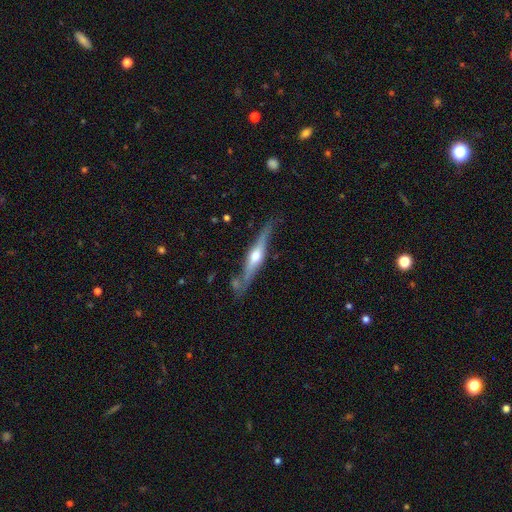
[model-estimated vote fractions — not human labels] Smooth or featured: featured or disk — 70% (smooth — 24%)
Edge-on disk: yes — 94% (no — 6%)
Edge-on bulge: rounded — 90% (boxy — 6%)
Merging: none — 74% (minor disturbance — 17%)